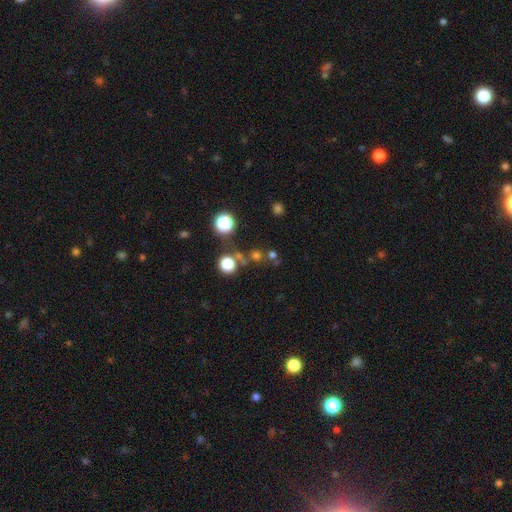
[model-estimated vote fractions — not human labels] Q: Smooth or featured?
A: star or artifact (46%); runner-up: smooth (44%)